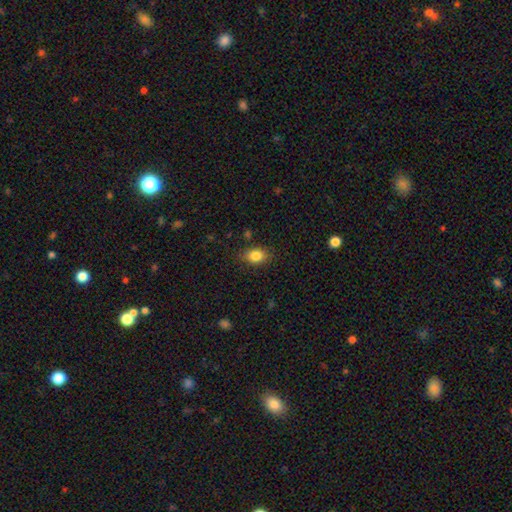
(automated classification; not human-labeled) smooth 84%, star or artifact 9%, featured or disk 7%. Down the decision tree: how rounded — in between (78%); merging — none (83%).